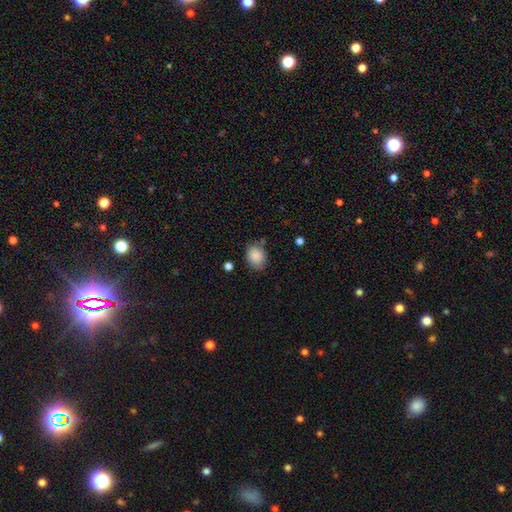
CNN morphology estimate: smooth 87%, star or artifact 8%, featured or disk 5%. Down the decision tree: how rounded — in between (50%); merging — none (72%).